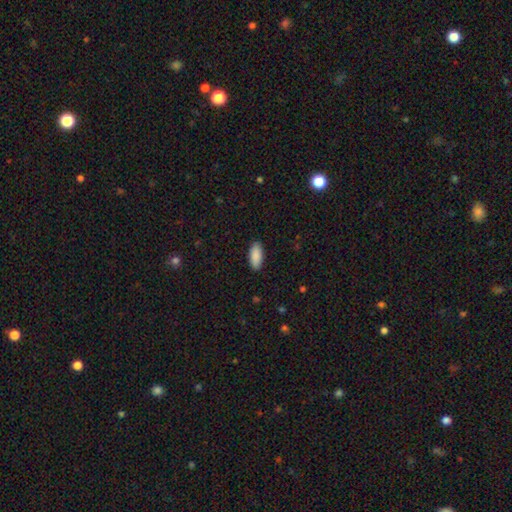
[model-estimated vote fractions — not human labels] Overall: smooth (90%). How rounded: in between (88%). Merging: none (89%).